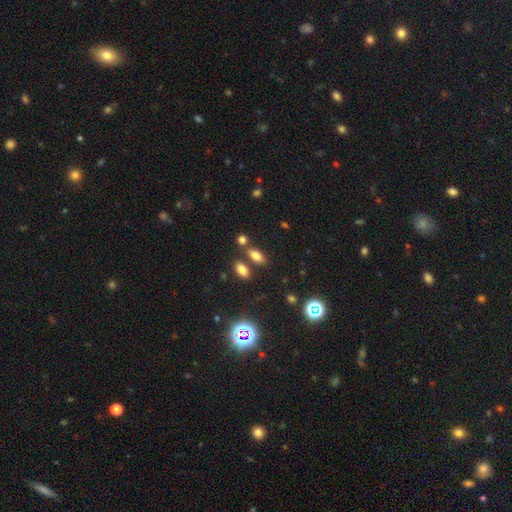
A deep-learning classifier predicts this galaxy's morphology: smooth_or_featured: smooth (p=0.76) [alt: star or artifact p=0.15]
how_rounded: in between (p=0.82) [alt: cigar-shaped p=0.11]
merging: none (p=0.68) [alt: merger p=0.17]